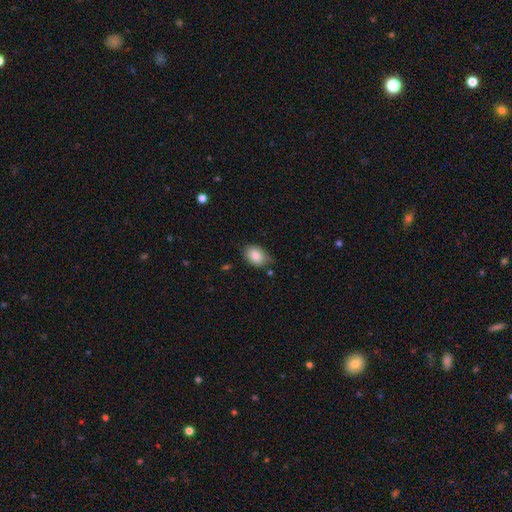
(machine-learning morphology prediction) Smooth or featured?
  - smooth: 86% *
  - star or artifact: 7%
  - featured or disk: 6%
How rounded?
  - in between: 83% *
  - round: 15%
  - cigar-shaped: 1%
Merging?
  - none: 67% *
  - minor disturbance: 26%
  - major disturbance: 5%
  - merger: 3%